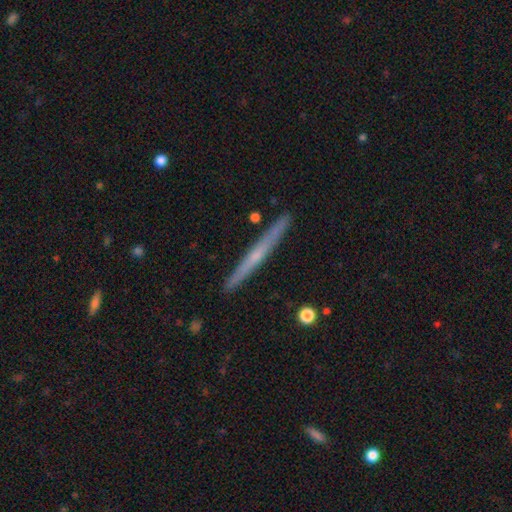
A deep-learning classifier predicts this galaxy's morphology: Smooth or featured: featured or disk — 68% (smooth — 25%)
Edge-on disk: yes — 97% (no — 3%)
Edge-on bulge: rounded — 55% (none — 40%)
Merging: none — 90% (minor disturbance — 7%)